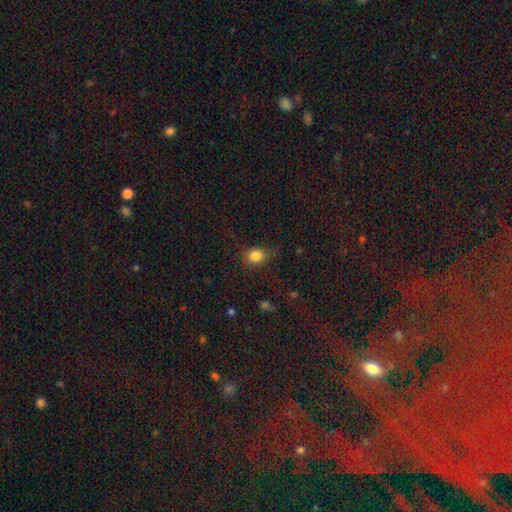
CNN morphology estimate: smooth_or_featured: smooth (p=0.83) [alt: star or artifact p=0.11]
how_rounded: round (p=0.56) [alt: in between p=0.42]
merging: none (p=0.69) [alt: minor disturbance p=0.22]